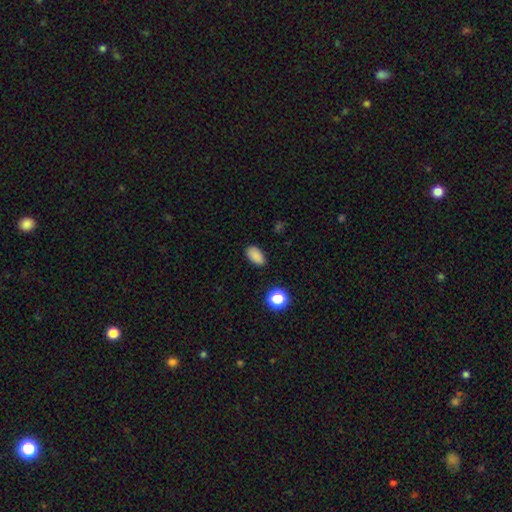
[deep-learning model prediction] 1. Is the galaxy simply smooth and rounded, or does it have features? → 85% smooth, 11% star or artifact, 4% featured or disk.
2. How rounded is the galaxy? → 91% in between, 7% round, 2% cigar-shaped.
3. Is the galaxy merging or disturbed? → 86% none, 10% minor disturbance, 2% major disturbance, 1% merger.